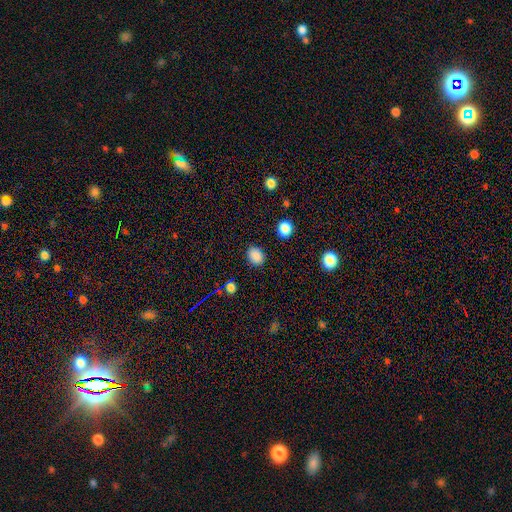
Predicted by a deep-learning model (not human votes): Overall: smooth (85%). How rounded: in between (53%; round 46%). Merging: none (87%).